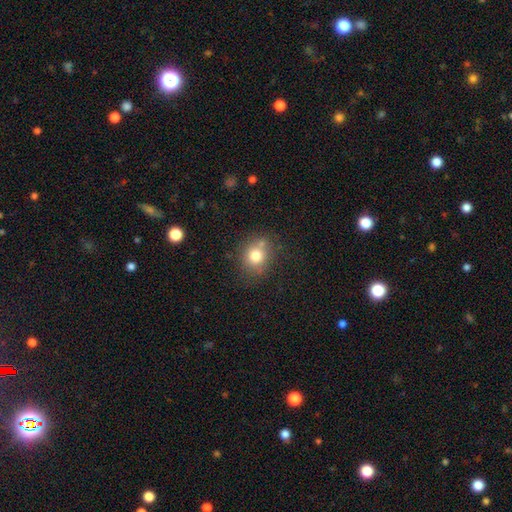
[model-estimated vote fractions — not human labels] Smooth or featured?
  - smooth: 77% *
  - star or artifact: 12%
  - featured or disk: 11%
How rounded?
  - round: 74% *
  - in between: 25%
  - cigar-shaped: 1%
Merging?
  - none: 68% *
  - minor disturbance: 17%
  - merger: 11%
  - major disturbance: 5%